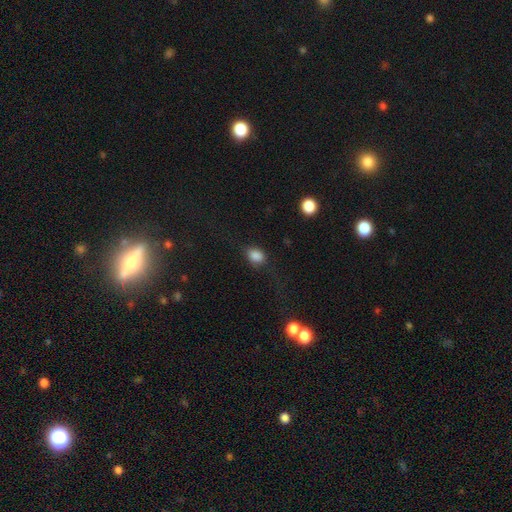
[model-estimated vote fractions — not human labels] This appears to be a smooth galaxy with no disk features (84%) that is in between round and cigar-shaped (61%). Merging: none (71%).